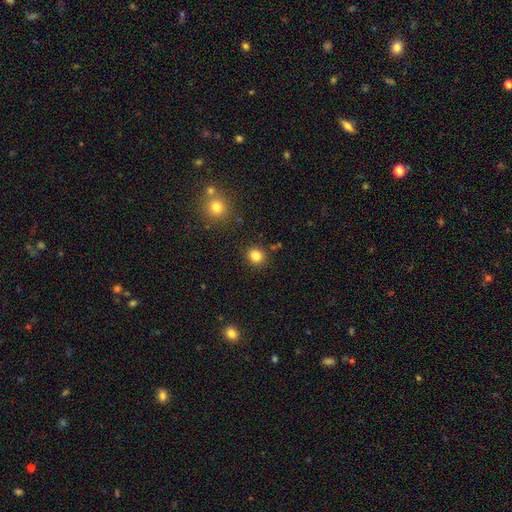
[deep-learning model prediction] smooth_or_featured: smooth (p=0.83) [alt: star or artifact p=0.12]
how_rounded: round (p=0.85) [alt: in between p=0.14]
merging: none (p=0.88) [alt: minor disturbance p=0.07]